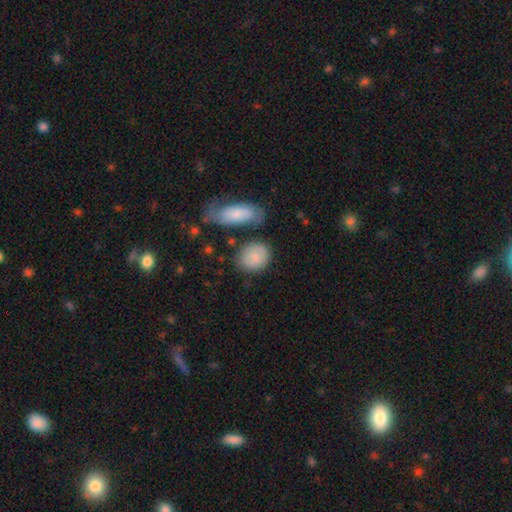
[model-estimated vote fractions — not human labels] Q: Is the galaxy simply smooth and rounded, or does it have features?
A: smooth — 82%.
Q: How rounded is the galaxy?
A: round — 63%.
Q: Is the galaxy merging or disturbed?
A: none — 70%.